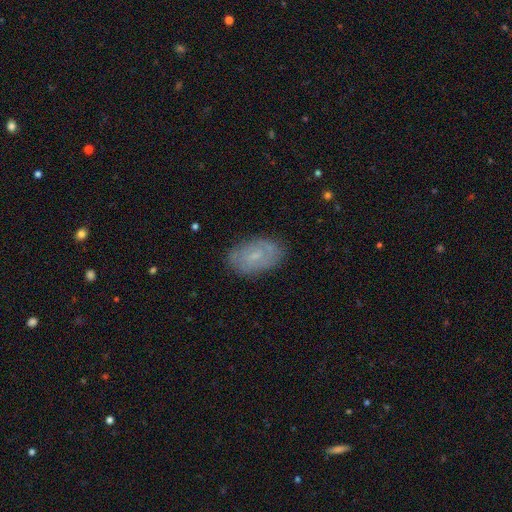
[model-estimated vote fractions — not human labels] smooth_or_featured: featured or disk (p=0.46) [alt: smooth p=0.44]
merging: none (p=0.80) [alt: minor disturbance p=0.15]